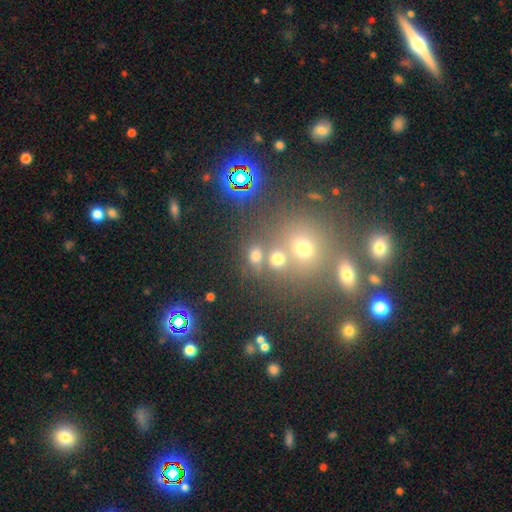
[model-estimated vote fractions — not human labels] Smooth or featured? Predicted: smooth (p=0.63). How rounded? Predicted: round (p=0.64). Merging? Predicted: none (p=0.55).